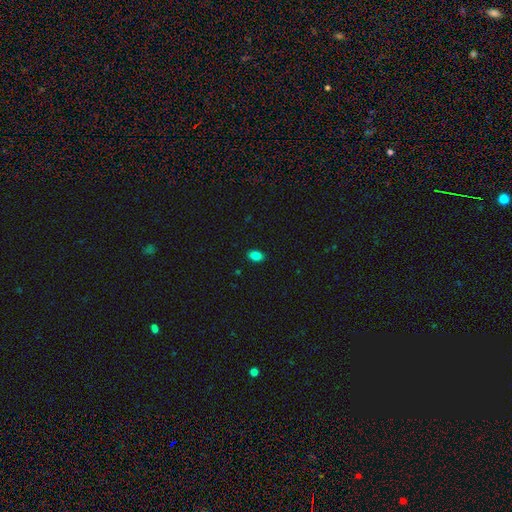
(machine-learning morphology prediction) smooth 85%, star or artifact 10%, featured or disk 4%. Down the decision tree: how rounded — in between (84%); merging — none (89%).